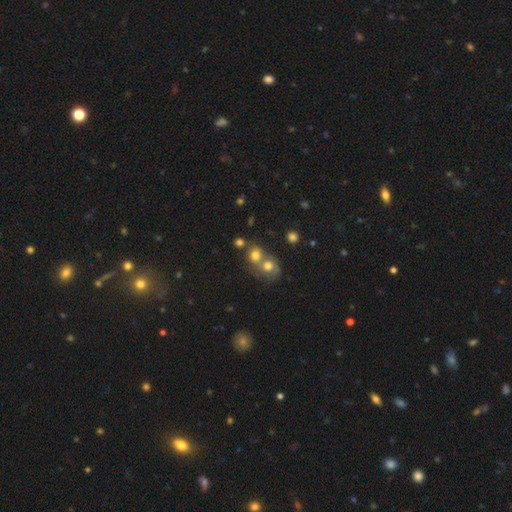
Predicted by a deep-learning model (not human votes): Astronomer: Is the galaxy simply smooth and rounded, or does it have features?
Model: smooth — 71%.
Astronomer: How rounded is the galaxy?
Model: round — 76%.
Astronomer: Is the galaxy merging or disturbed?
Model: merger — 56% (runner-up: none, 35%).